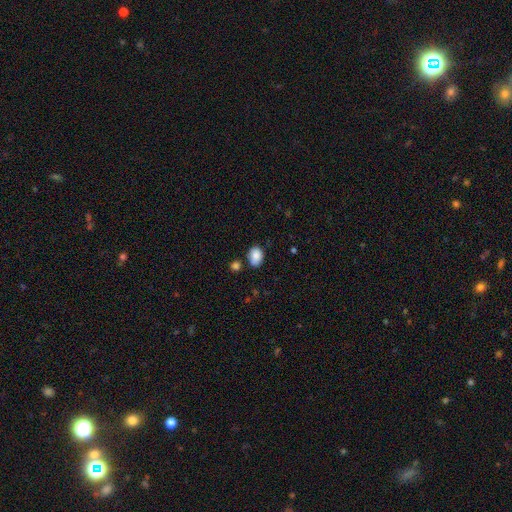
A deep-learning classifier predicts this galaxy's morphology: This appears to be a smooth galaxy with no disk features (87%) that is in between round and cigar-shaped (75%). Merging: none (72%).